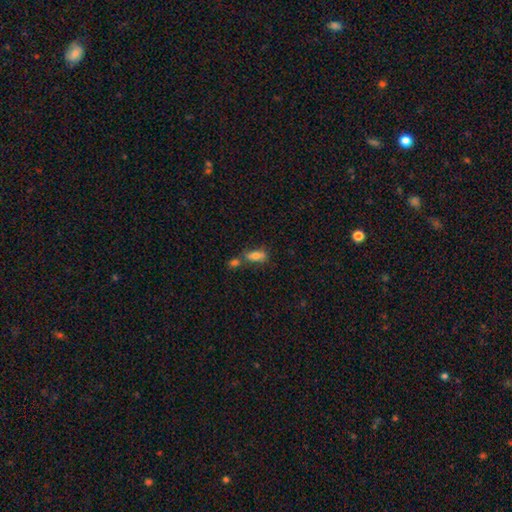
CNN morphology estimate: smooth-or-featured: smooth: 74% | featured or disk: 16% | star or artifact: 10%
  how-rounded: in between: 79% | cigar-shaped: 16% | round: 5%
  merging: none: 42% | merger: 36% | minor disturbance: 15% | major disturbance: 7%